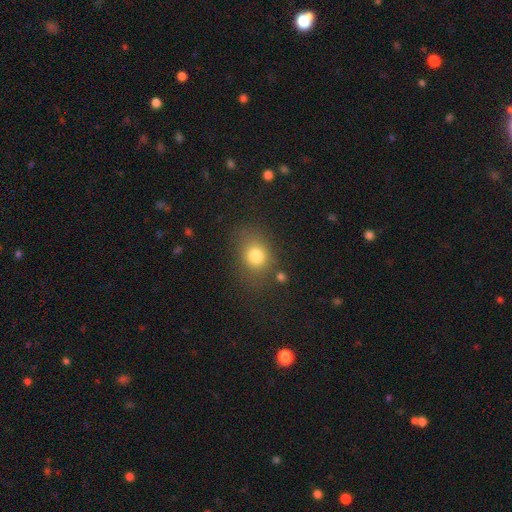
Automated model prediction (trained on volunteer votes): smooth_or_featured: smooth (p=0.79) [alt: star or artifact p=0.12]
how_rounded: in between (p=0.50) [alt: round p=0.49]
merging: none (p=0.71) [alt: minor disturbance p=0.17]